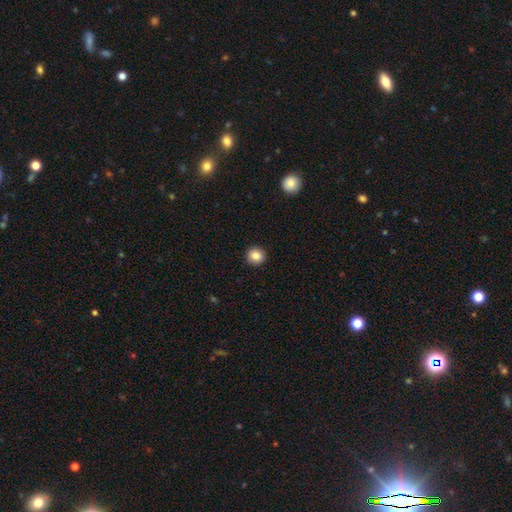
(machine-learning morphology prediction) smooth-or-featured: smooth: 85% | star or artifact: 10% | featured or disk: 5%
  how-rounded: round: 94% | in between: 5% | cigar-shaped: 1%
  merging: none: 93% | minor disturbance: 4% | major disturbance: 1% | merger: 1%